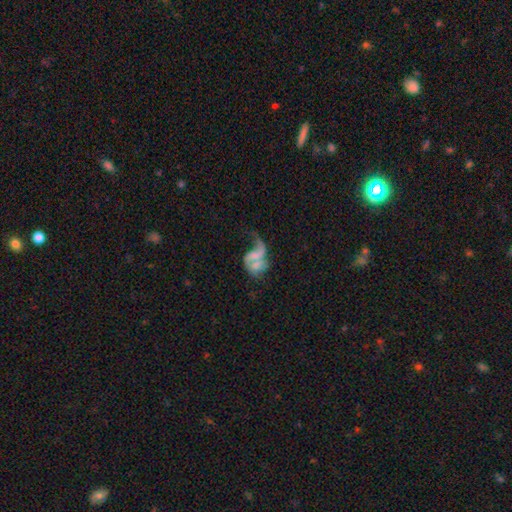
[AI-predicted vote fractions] smooth-or-featured: featured or disk: 66% | smooth: 26% | star or artifact: 8%
  disk-edge-on: no: 98% | yes: 2%
    bar: no: 60% | weak: 31% | strong: 9%
    has-spiral-arms: yes: 72% | no: 28%
    bulge-size: none: 38% | small: 35% | moderate: 21% | large: 5% | dominant: 2%
  merging: merger: 39% | major disturbance: 33% | none: 17% | minor disturbance: 11%